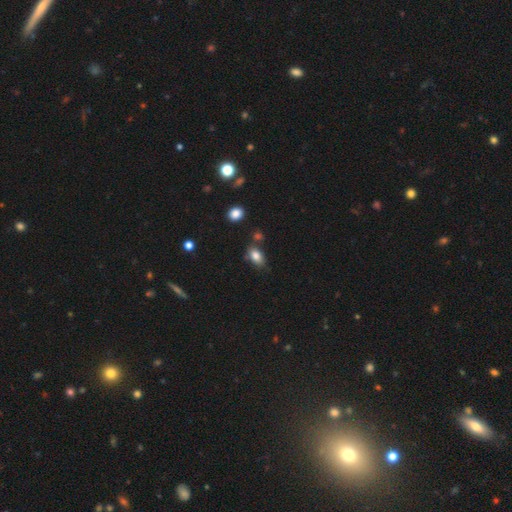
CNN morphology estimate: Smooth or featured? smooth (83%)
How rounded? in between (85%)
Merging? none (65%)